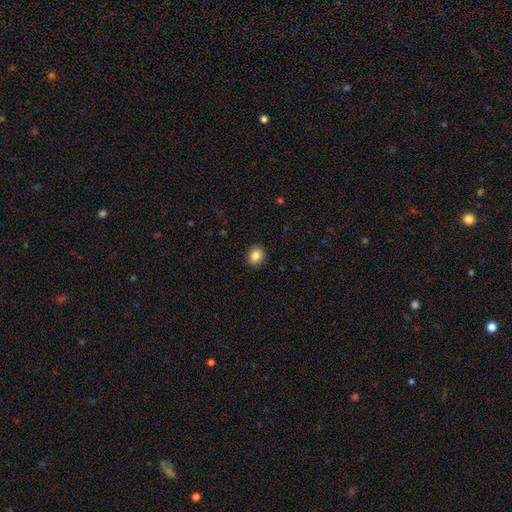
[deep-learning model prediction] Overall: smooth (84%). How rounded: round (70%). Merging: none (91%).